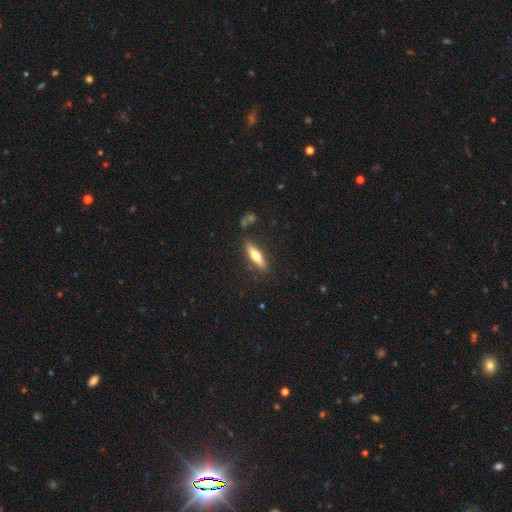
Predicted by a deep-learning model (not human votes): Overall: smooth (56%; featured or disk 38%). How rounded: cigar-shaped (69%). Merging: none (82%).